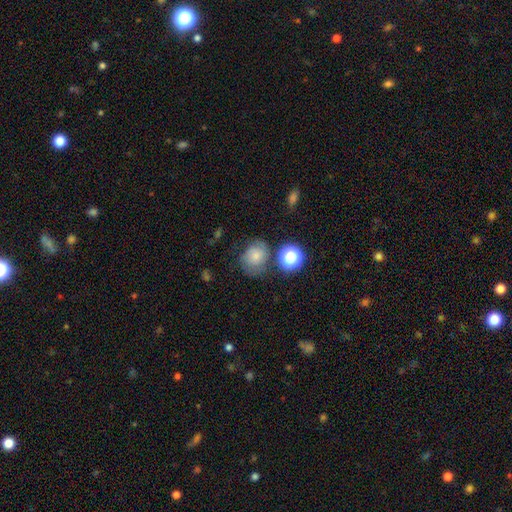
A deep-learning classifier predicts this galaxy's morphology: smooth-or-featured: smooth: 61% | featured or disk: 25% | star or artifact: 14%
  how-rounded: round: 67% | in between: 32% | cigar-shaped: 1%
  merging: none: 59% | minor disturbance: 23% | major disturbance: 10% | merger: 7%